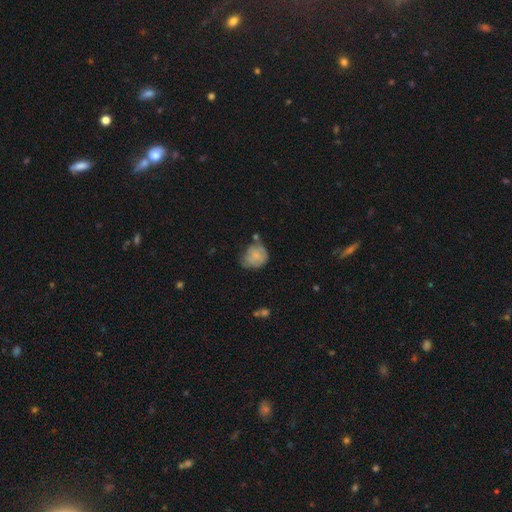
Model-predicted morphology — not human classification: The model was most divided on "merging": none: 41%, minor disturbance: 36%, major disturbance: 14%, merger: 9%. More confident: smooth or featured — smooth (71%); how rounded — round (65%).